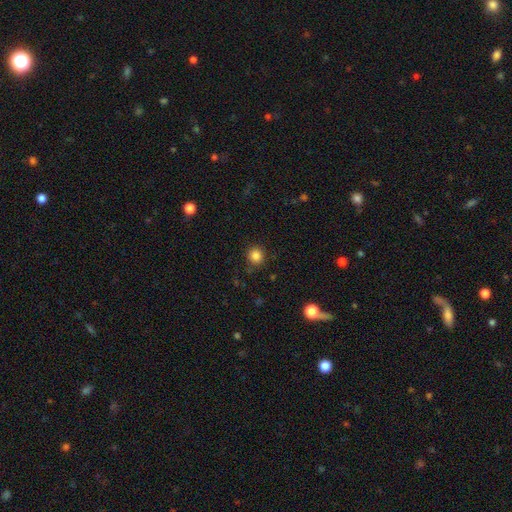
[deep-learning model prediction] smooth 84%, star or artifact 12%, featured or disk 4%. Down the decision tree: how rounded — round (92%); merging — none (87%).